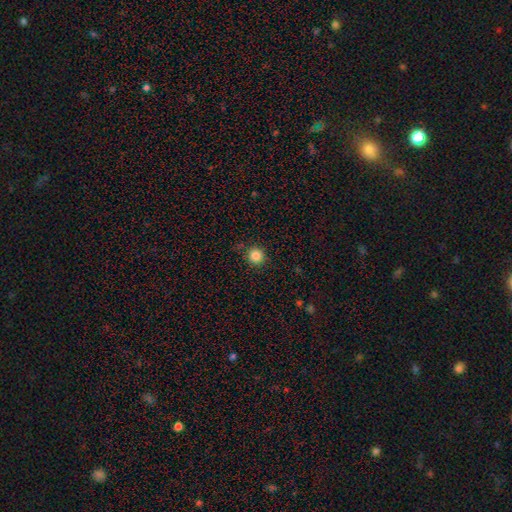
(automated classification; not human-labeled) Smooth or featured?
  - smooth: 85% *
  - star or artifact: 12%
  - featured or disk: 4%
How rounded?
  - round: 94% *
  - in between: 5%
  - cigar-shaped: 1%
Merging?
  - none: 88% *
  - minor disturbance: 8%
  - major disturbance: 2%
  - merger: 2%